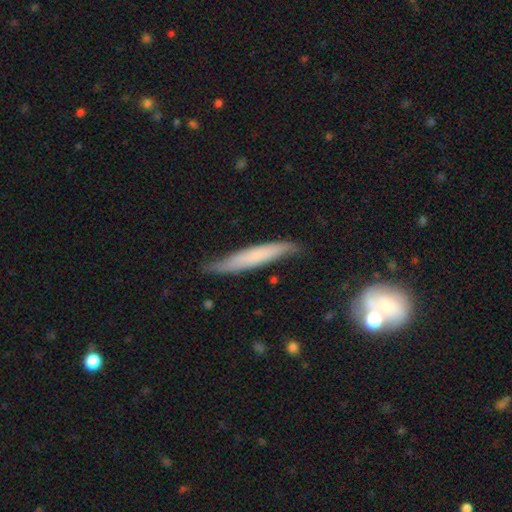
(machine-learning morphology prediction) Smooth or featured? Predicted: smooth (p=0.58). How rounded? Predicted: cigar-shaped (p=0.93). Merging? Predicted: none (p=0.68).